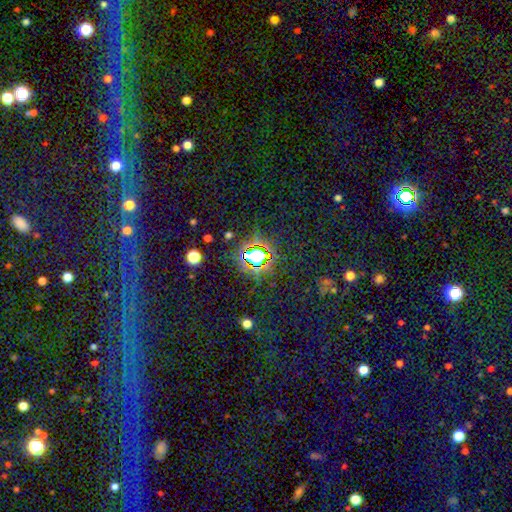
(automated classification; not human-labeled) smooth_or_featured: star or artifact (p=0.71) [alt: smooth p=0.19]